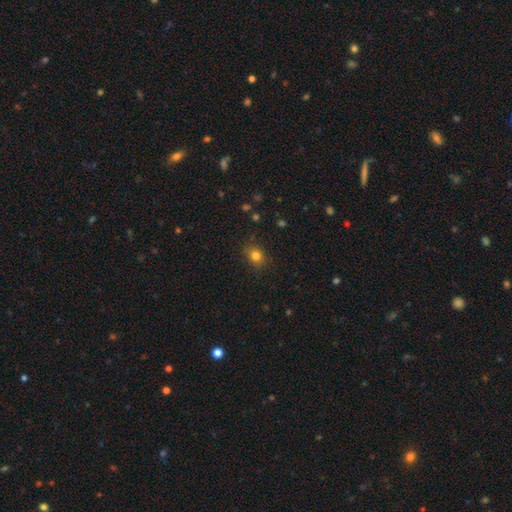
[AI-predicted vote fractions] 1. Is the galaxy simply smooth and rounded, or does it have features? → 80% smooth, 14% star or artifact, 6% featured or disk.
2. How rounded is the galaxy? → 66% round, 33% in between, 1% cigar-shaped.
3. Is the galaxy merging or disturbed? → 83% none, 12% minor disturbance, 3% major disturbance, 1% merger.